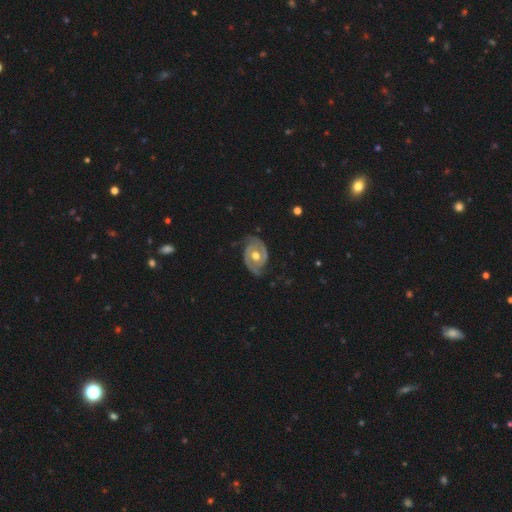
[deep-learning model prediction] featured or disk 87%, smooth 9%, star or artifact 4%. Down the decision tree: edge-on disk — no (97%); bar — no (66%); spiral arms — yes (92%); spiral arm count — 2 (89%); spiral winding — tight (46%); bulge size — moderate (81%); merging — none (72%).